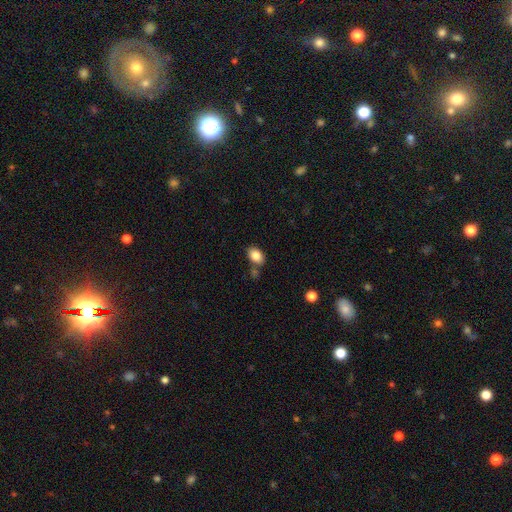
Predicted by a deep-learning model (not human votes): Q: Smooth or featured?
A: smooth (85%); runner-up: star or artifact (8%)
Q: How rounded?
A: in between (83%); runner-up: round (16%)
Q: Merging?
A: none (72%); runner-up: minor disturbance (14%)